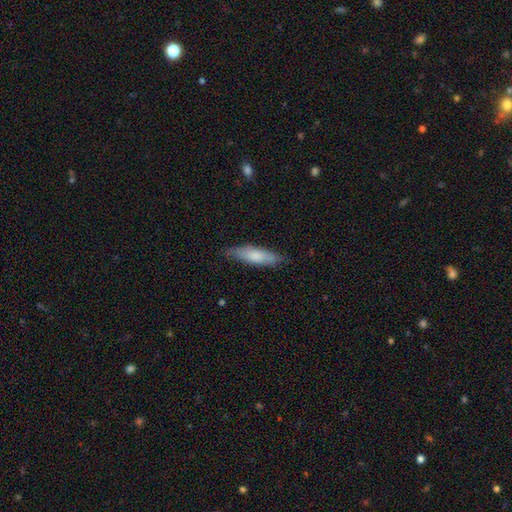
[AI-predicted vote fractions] Overall: smooth (75%). How rounded: cigar-shaped (63%; in between 36%). Merging: none (80%).